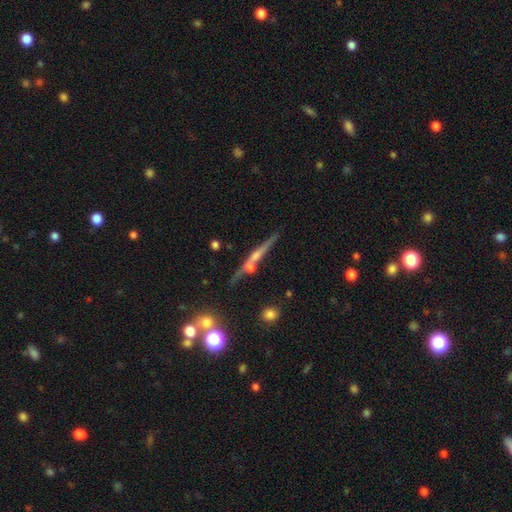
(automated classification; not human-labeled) Smooth or featured: featured or disk — 67% (smooth — 21%)
Edge-on disk: yes — 95% (no — 5%)
Edge-on bulge: rounded — 67% (none — 24%)
Merging: none — 75% (minor disturbance — 11%)